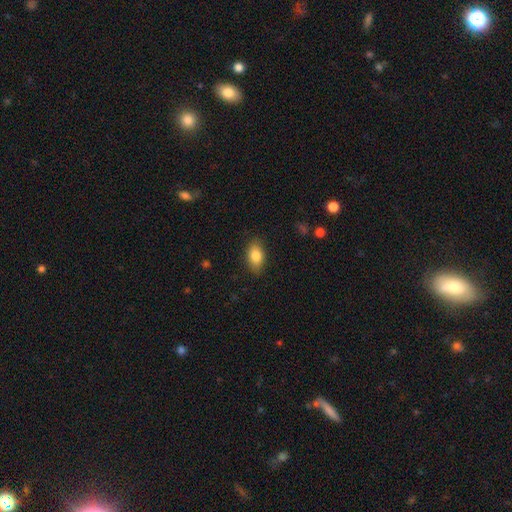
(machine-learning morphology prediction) Smooth or featured? smooth (83%)
How rounded? in between (89%)
Merging? none (85%)